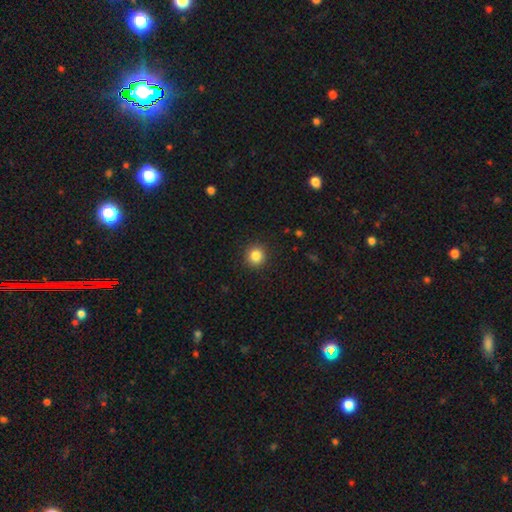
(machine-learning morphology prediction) type=smooth (85%); roundness=round (91%); merging=none (92%).